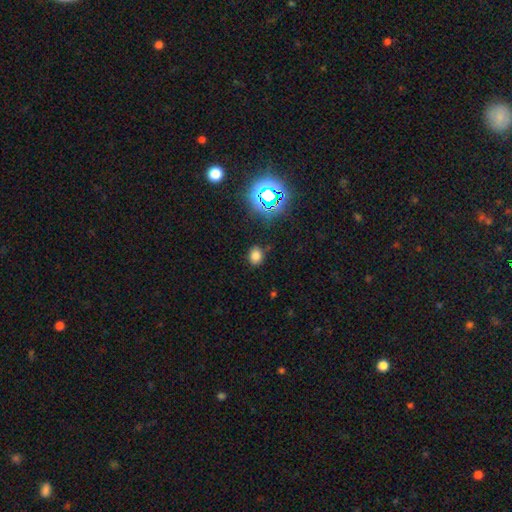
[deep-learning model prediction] This is likely a smooth galaxy (72%). How rounded: possibly in between (50%). Merging: clearly none (84%).